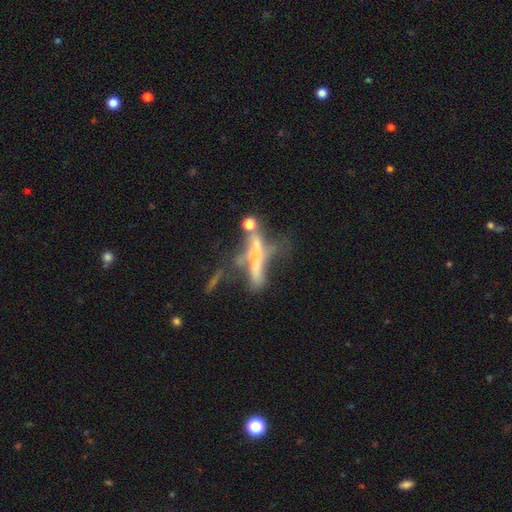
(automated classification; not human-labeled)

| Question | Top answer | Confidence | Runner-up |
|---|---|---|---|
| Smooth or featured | featured or disk | 55% | smooth (30%) |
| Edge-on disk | yes | 60% | no (40%) |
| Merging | none | 29% | major disturbance (28%) |